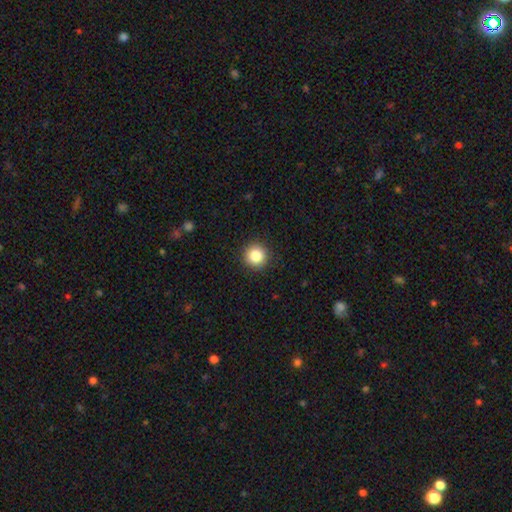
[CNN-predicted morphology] Smooth or featured? smooth (85%)
How rounded? round (95%)
Merging? none (92%)